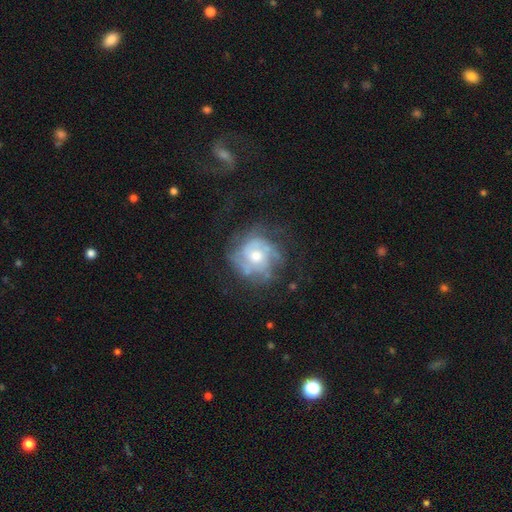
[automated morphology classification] The model was most divided on "spiral winding": tight: 53%, medium: 33%, loose: 14%. Remaining: edge-on disk — no (97%); bar — no (79%); spiral arms — yes (76%); smooth or featured — featured or disk (70%); bulge size — moderate (65%); merging — none (58%); spiral arm count — can't tell (49%).